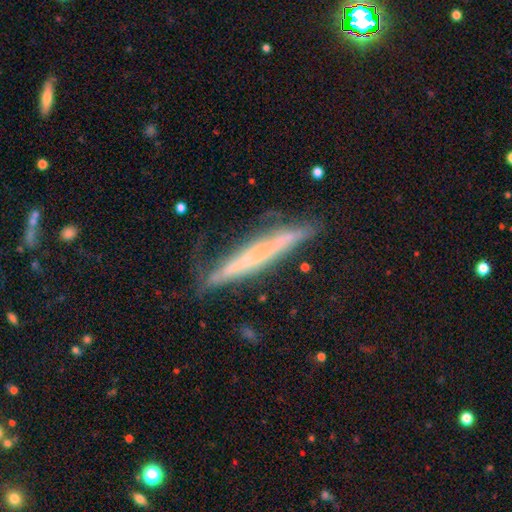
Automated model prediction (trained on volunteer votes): A featured or disk galaxy (59%) viewed edge-on (85%) with no central bulge (67%). Merging: none (65%).